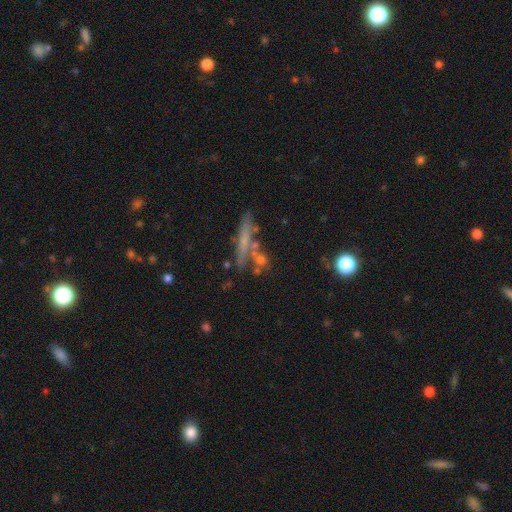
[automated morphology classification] type=smooth (44%); merging=none (66%).